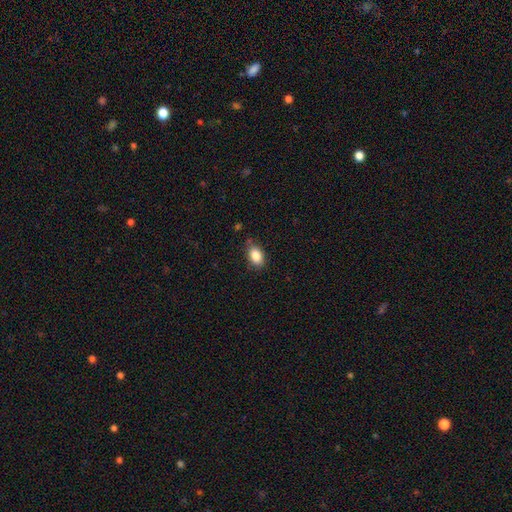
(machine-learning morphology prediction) A smooth galaxy with no disk features (86%) that is in between round and cigar-shaped (86%). Merging: none (78%).